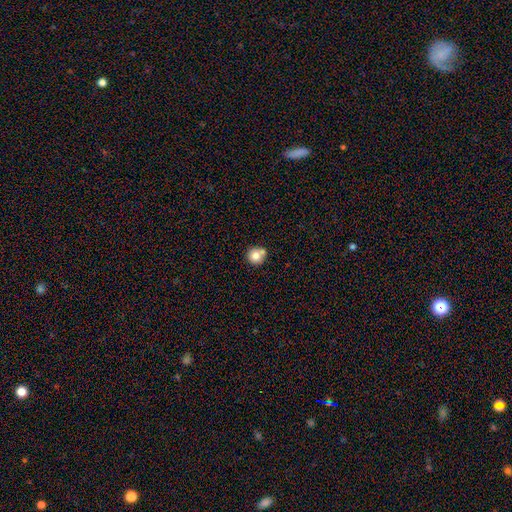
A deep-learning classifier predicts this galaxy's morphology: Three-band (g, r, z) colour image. It shows a smooth galaxy with no disk features (80%) that is round (92%). Merging: none (61%).